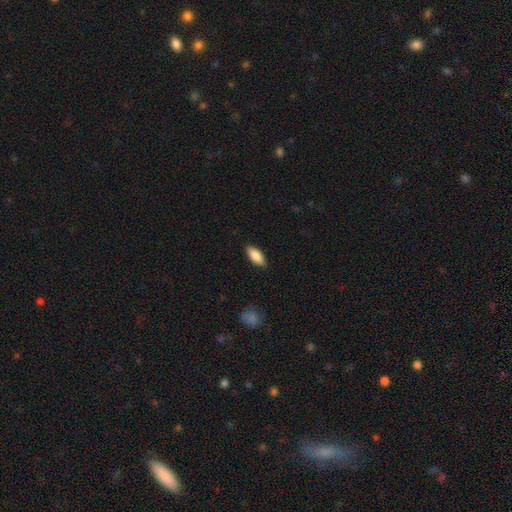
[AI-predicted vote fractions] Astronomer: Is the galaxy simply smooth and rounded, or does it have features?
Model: smooth — 85%.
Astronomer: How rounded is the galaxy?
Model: in between — 84%.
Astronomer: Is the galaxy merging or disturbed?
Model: none — 87%.